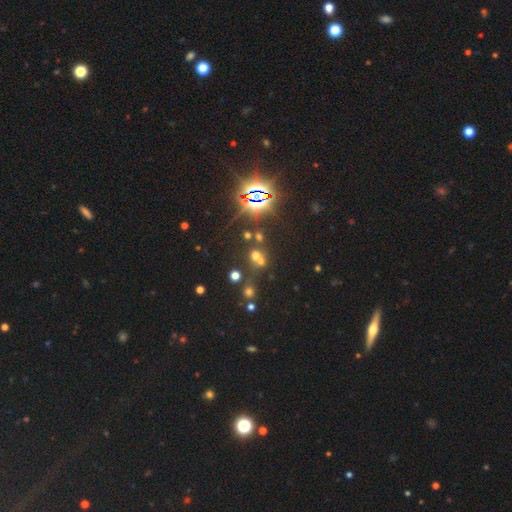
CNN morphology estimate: Smooth or featured? Predicted: star or artifact (p=0.43).